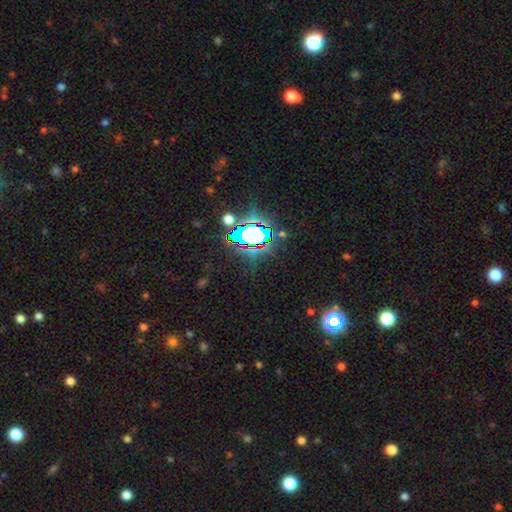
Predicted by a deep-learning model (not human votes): star or artifact 74%, smooth 16%, featured or disk 10%.